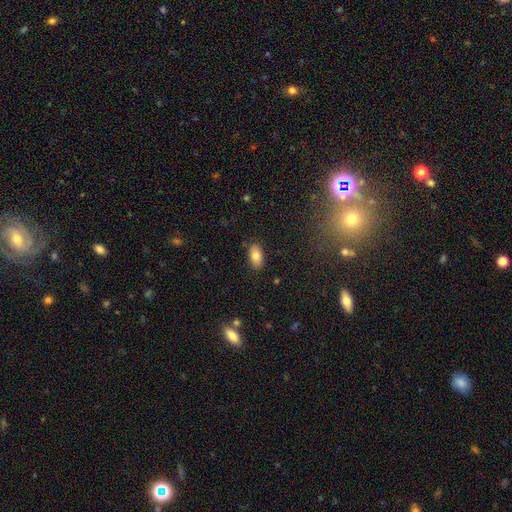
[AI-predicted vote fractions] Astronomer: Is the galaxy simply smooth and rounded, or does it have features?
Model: smooth — 80%.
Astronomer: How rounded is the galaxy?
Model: in between — 93%.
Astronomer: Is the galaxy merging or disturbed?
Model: none — 85%.